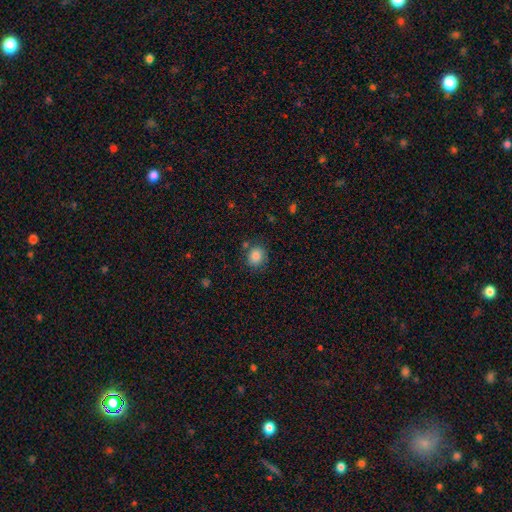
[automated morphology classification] smooth 86%, star or artifact 9%, featured or disk 5%. Down the decision tree: how rounded — round (67%); merging — none (75%).